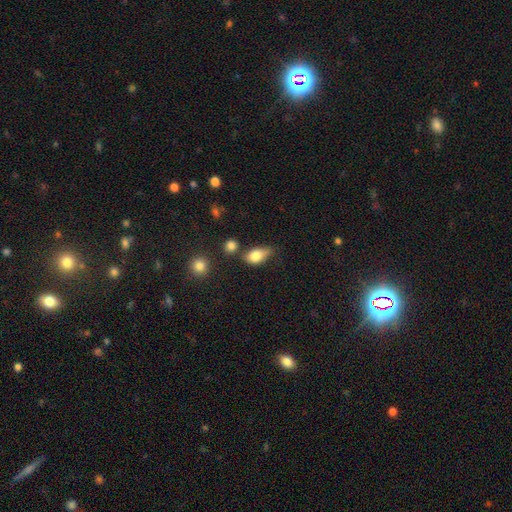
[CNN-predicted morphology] Q: Smooth or featured?
A: smooth (80%); runner-up: featured or disk (11%)
Q: How rounded?
A: in between (81%); runner-up: round (15%)
Q: Merging?
A: none (39%); runner-up: minor disturbance (37%)